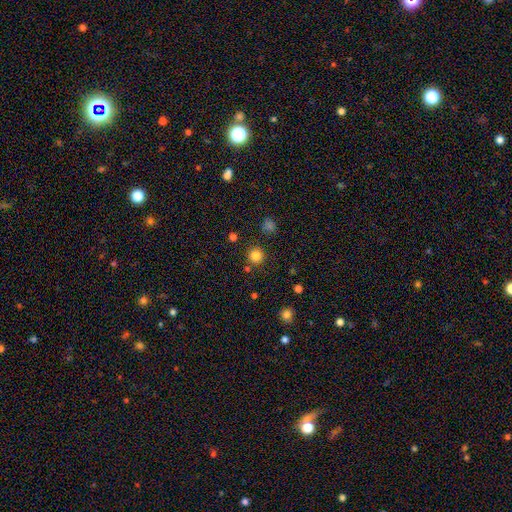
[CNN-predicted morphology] Smooth or featured?
  - smooth: 82% *
  - star or artifact: 14%
  - featured or disk: 4%
How rounded?
  - round: 94% *
  - in between: 5%
  - cigar-shaped: 1%
Merging?
  - none: 87% *
  - minor disturbance: 6%
  - merger: 4%
  - major disturbance: 2%